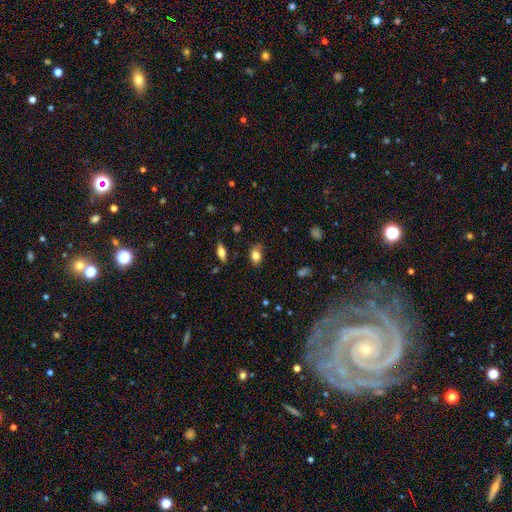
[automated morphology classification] type=smooth (80%); roundness=in between (80%); merging=none (69%).